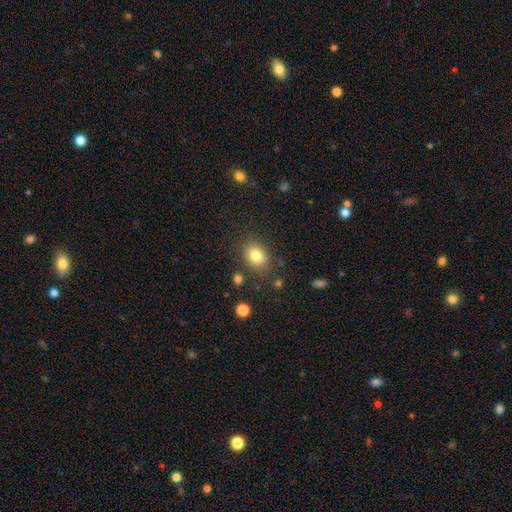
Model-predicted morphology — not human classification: Smooth or featured?
  - smooth: 81% *
  - star or artifact: 10%
  - featured or disk: 9%
How rounded?
  - in between: 58% *
  - round: 41%
  - cigar-shaped: 1%
Merging?
  - none: 80% *
  - minor disturbance: 13%
  - major disturbance: 4%
  - merger: 4%